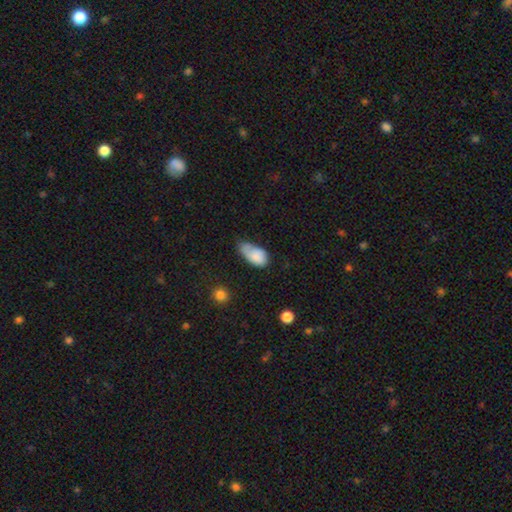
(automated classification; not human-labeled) smooth_or_featured: smooth (p=0.79) [alt: featured or disk p=0.14]
how_rounded: in between (p=0.92) [alt: round p=0.05]
merging: minor disturbance (p=0.46) [alt: none p=0.28]